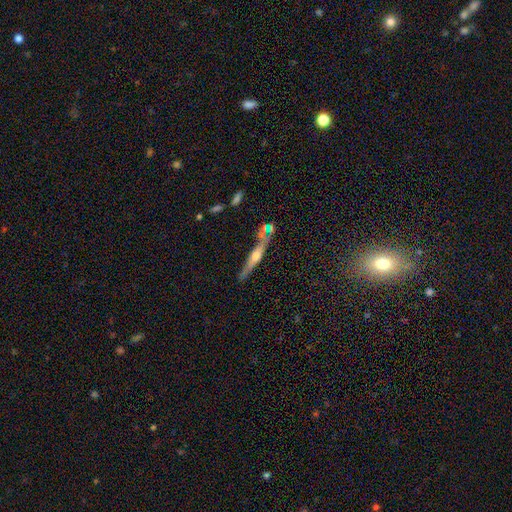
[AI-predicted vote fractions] A featured or disk galaxy (67%) viewed edge-on (94%) with a rounded central bulge (82%).

Vote fractions:
- Smooth or featured? featured or disk: 67% / smooth: 25% / star or artifact: 7%
- Edge-on disk? yes: 94% / no: 6%
- Edge-on bulge? rounded: 82% / none: 10% / boxy: 8%
- Merging? none: 67% / minor disturbance: 17% / merger: 10% / major disturbance: 5%